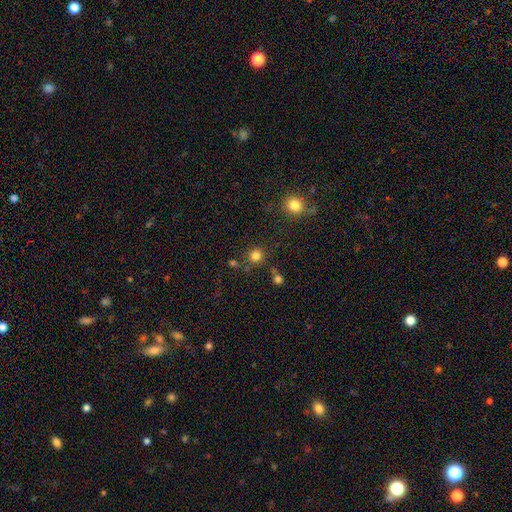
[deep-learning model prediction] A smooth galaxy with no disk features (80%) that is round (91%).

Vote fractions:
- Smooth or featured? smooth: 80% / star or artifact: 15% / featured or disk: 5%
- How rounded? round: 91% / in between: 8% / cigar-shaped: 1%
- Merging? none: 80% / minor disturbance: 9% / merger: 8% / major disturbance: 4%